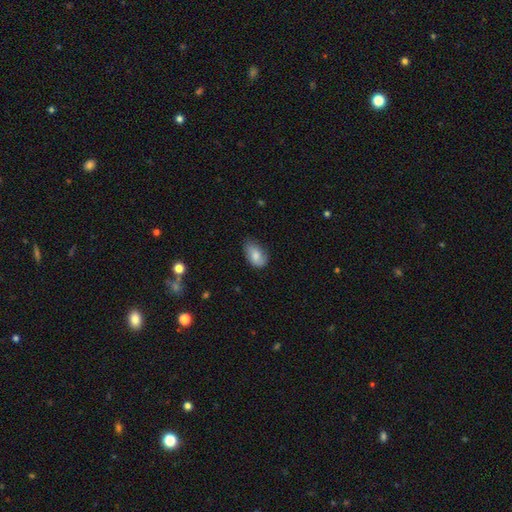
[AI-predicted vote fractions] Morphology: type=smooth (78%); roundness=in between (91%); merging=none (62%).